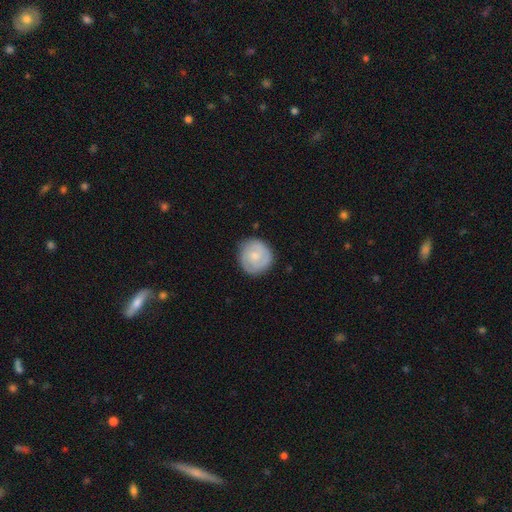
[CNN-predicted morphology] Smooth or featured: smooth — 49% (featured or disk — 45%)
Merging: none — 83% (minor disturbance — 13%)